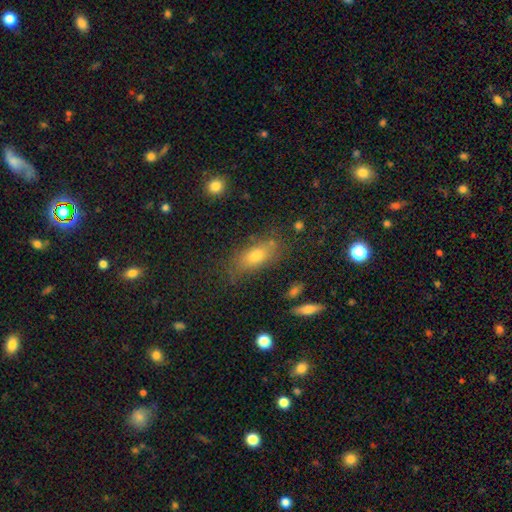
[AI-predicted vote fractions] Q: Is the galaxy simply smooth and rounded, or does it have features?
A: smooth — 70%.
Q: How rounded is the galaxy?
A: in between — 78%.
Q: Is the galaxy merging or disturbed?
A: none — 72%.